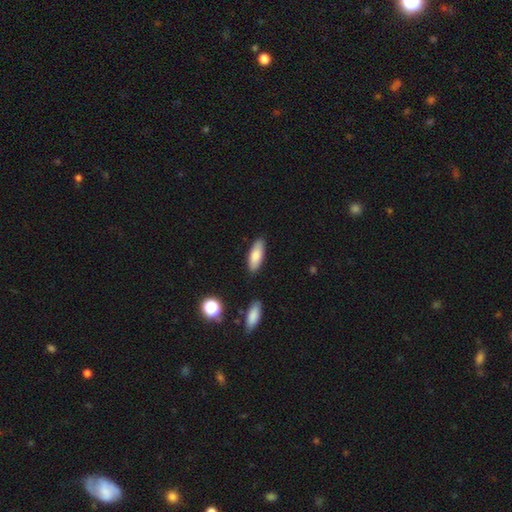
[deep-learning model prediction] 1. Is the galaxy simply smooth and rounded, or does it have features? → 81% smooth, 12% featured or disk, 7% star or artifact.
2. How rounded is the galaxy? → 69% in between, 29% cigar-shaped, 2% round.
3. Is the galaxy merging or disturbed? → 86% none, 10% minor disturbance, 2% merger, 2% major disturbance.